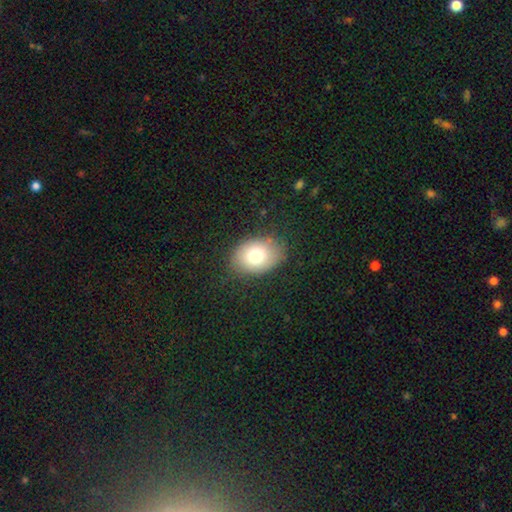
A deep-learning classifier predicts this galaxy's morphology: smooth_or_featured: smooth (p=0.75) [alt: featured or disk p=0.15]
how_rounded: in between (p=0.71) [alt: round p=0.28]
merging: none (p=0.81) [alt: minor disturbance p=0.14]